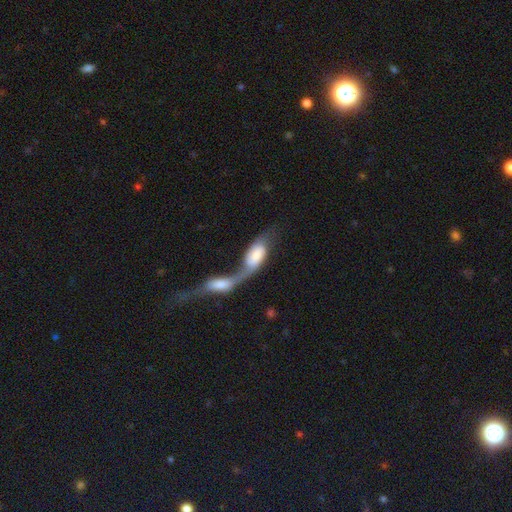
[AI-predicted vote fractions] Smooth or featured: smooth — 54% (featured or disk — 40%)
How rounded: in between — 86% (cigar-shaped — 11%)
Merging: merger — 82% (major disturbance — 8%)